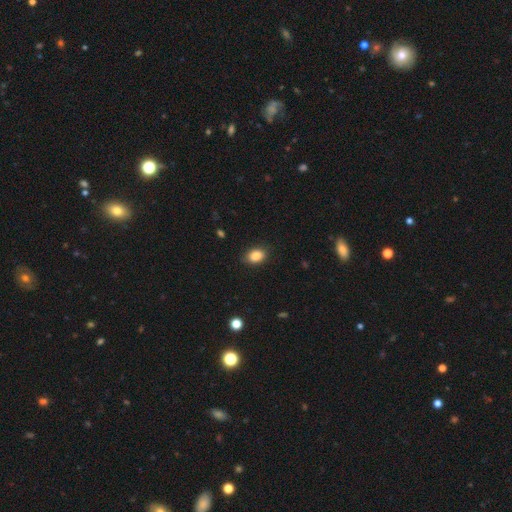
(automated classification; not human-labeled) Smooth or featured? Predicted: smooth (p=0.87). How rounded? Predicted: in between (p=0.76). Merging? Predicted: none (p=0.85).